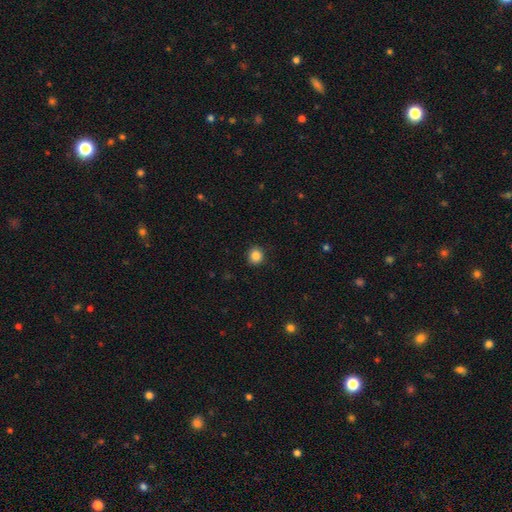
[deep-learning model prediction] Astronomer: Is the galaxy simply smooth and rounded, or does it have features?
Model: smooth — 86%.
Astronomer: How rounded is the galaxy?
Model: round — 88%.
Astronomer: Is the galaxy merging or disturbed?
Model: none — 90%.